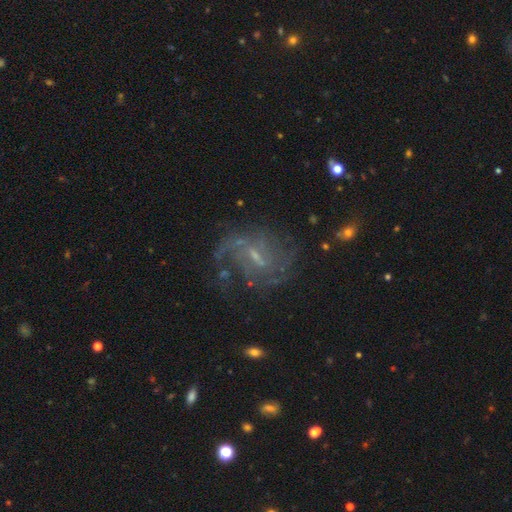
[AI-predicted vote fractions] Smooth or featured: featured or disk — 80% (star or artifact — 10%)
Edge-on disk: no — 96% (yes — 4%)
Bar: weak — 58% (strong — 21%)
Spiral arms: yes — 88% (no — 12%)
Spiral winding: medium — 42% (loose — 34%)
Spiral arm count: can't tell — 33% (tied with 2 — 33%)
Bulge size: small — 59% (moderate — 24%)
Merging: none — 59% (major disturbance — 20%)